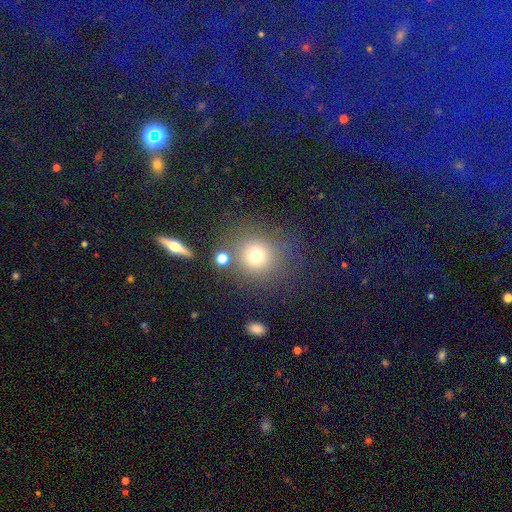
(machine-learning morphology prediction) smooth 72%, star or artifact 18%, featured or disk 11%. Down the decision tree: how rounded — round (87%); merging — none (76%).